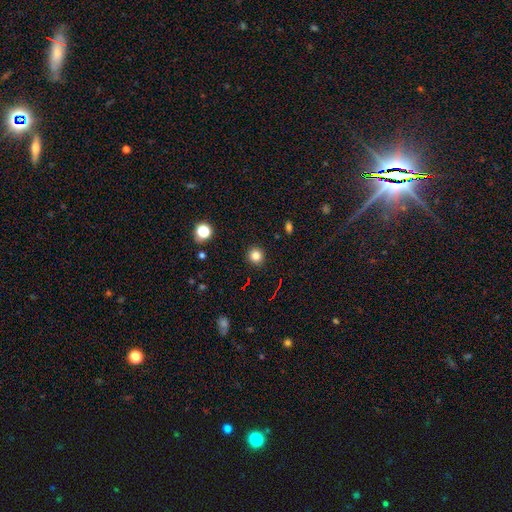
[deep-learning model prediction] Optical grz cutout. It shows a smooth galaxy with no disk features (82%) that is round (90%). Merging: none (92%).